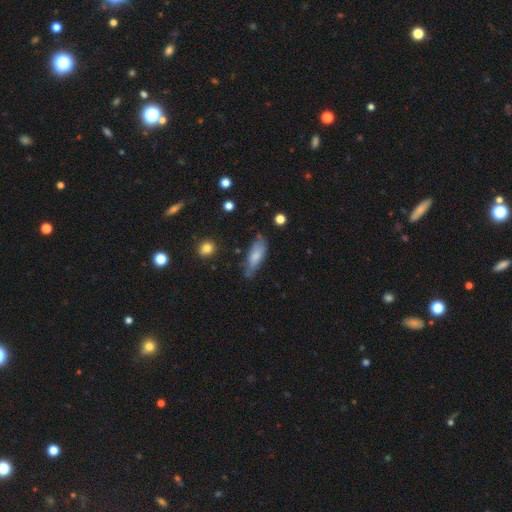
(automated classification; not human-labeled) This is likely a smooth galaxy (70%). How rounded: likely in between (67%). Merging: possibly none (54%).